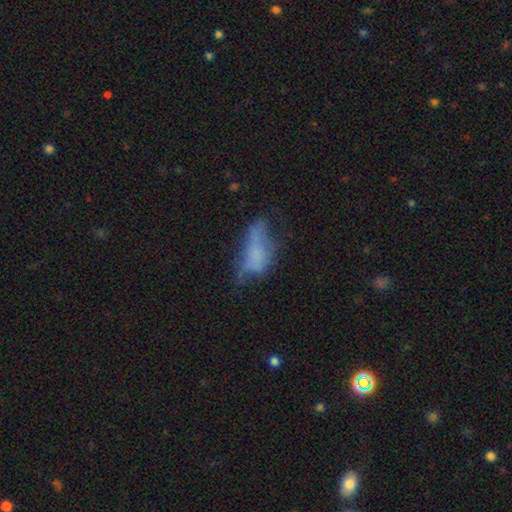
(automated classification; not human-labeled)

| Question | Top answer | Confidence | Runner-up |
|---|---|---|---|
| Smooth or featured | smooth | 50% | featured or disk (37%) |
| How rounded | in between | 81% | cigar-shaped (15%) |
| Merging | major disturbance | 37% | minor disturbance (28%) |